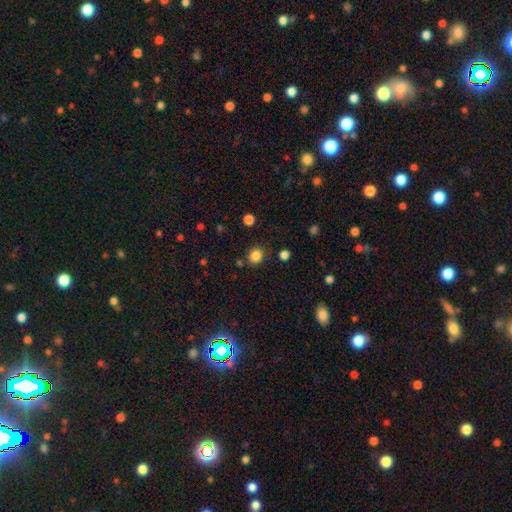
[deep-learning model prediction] smooth_or_featured: smooth (p=0.84) [alt: star or artifact p=0.12]
how_rounded: round (p=0.82) [alt: in between p=0.18]
merging: none (p=0.84) [alt: minor disturbance p=0.09]